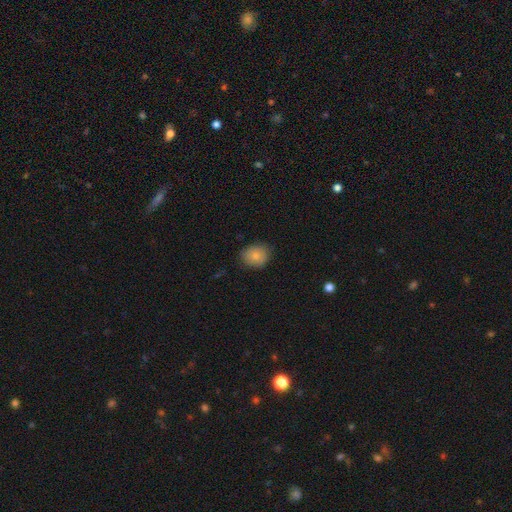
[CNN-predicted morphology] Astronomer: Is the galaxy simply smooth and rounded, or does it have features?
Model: smooth — 80%.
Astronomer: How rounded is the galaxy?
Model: round — 66%.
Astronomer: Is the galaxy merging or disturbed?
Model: none — 78%.